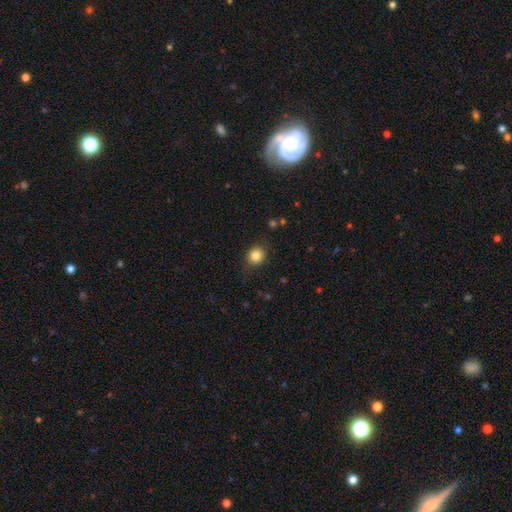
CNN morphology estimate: smooth_or_featured: smooth (p=0.83) [alt: star or artifact p=0.11]
how_rounded: round (p=0.79) [alt: in between p=0.20]
merging: none (p=0.81) [alt: minor disturbance p=0.14]